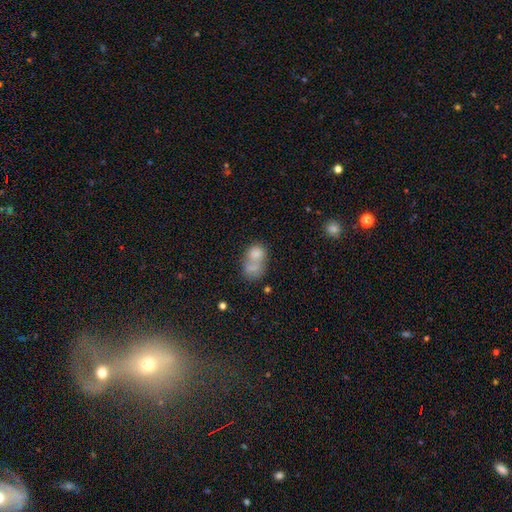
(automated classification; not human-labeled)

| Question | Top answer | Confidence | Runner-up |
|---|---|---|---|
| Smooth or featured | smooth | 72% | featured or disk (18%) |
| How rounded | in between | 64% | round (35%) |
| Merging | merger | 63% | none (19%) |